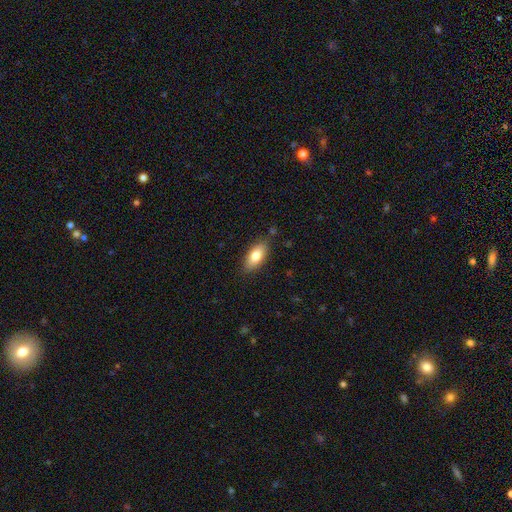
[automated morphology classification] Smooth or featured: smooth — 79% (featured or disk — 15%)
How rounded: in between — 85% (cigar-shaped — 12%)
Merging: none — 83% (minor disturbance — 13%)